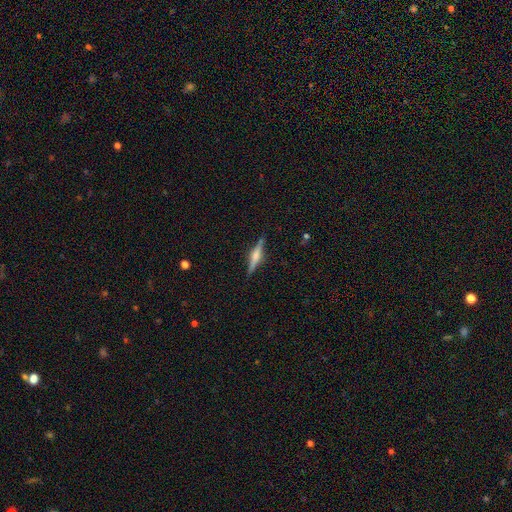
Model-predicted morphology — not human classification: Q: Smooth or featured?
A: featured or disk (69%); runner-up: smooth (24%)
Q: Edge-on disk?
A: yes (97%); runner-up: no (3%)
Q: Edge-on bulge?
A: rounded (73%); runner-up: boxy (21%)
Q: Merging?
A: none (88%); runner-up: minor disturbance (9%)